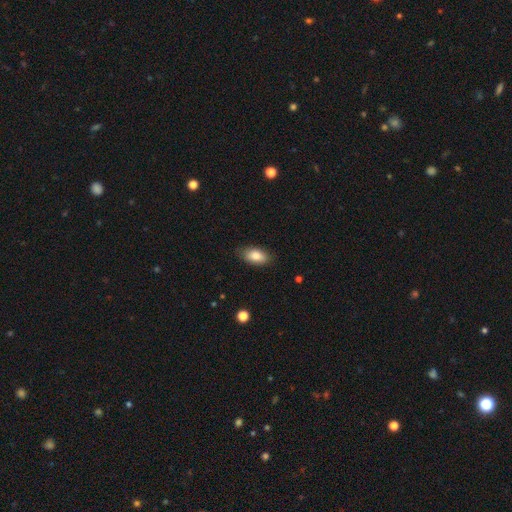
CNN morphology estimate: type=smooth (84%); roundness=in between (91%); merging=none (83%).